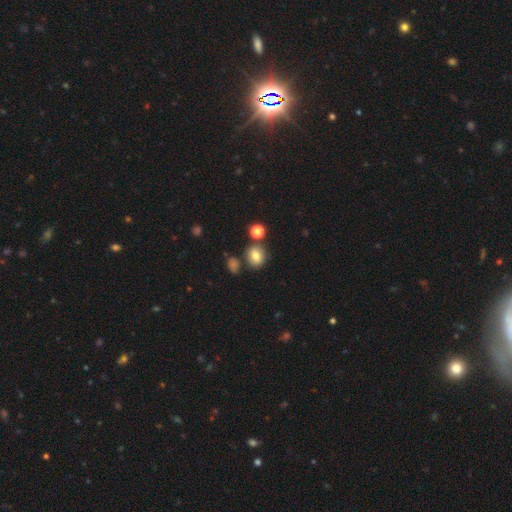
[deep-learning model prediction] A smooth galaxy with no disk features (76%) that is round (73%). Merging: none (74%).